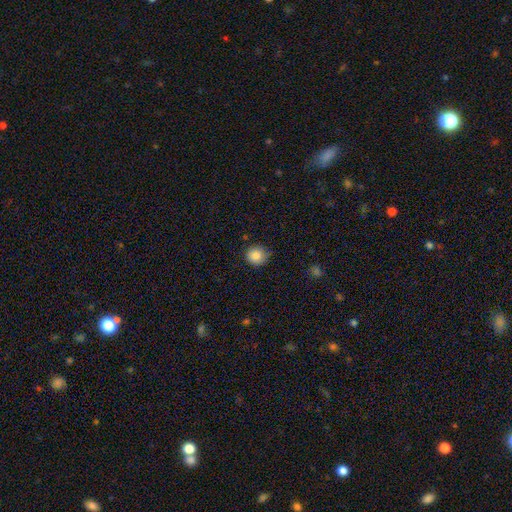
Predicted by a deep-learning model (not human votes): smooth_or_featured: smooth (p=0.86) [alt: star or artifact p=0.09]
how_rounded: round (p=0.89) [alt: in between p=0.10]
merging: none (p=0.79) [alt: minor disturbance p=0.17]